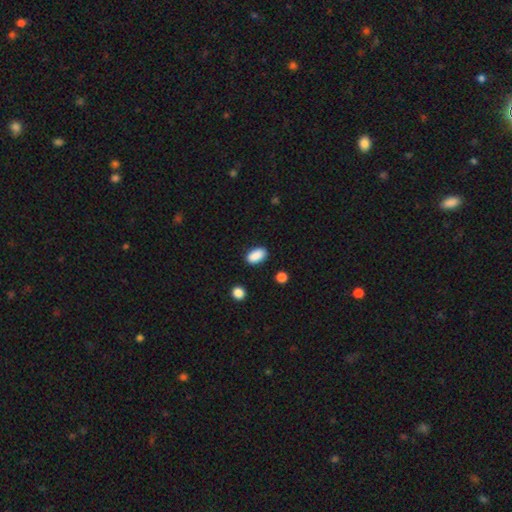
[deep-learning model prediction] This appears to be a smooth galaxy with no disk features (89%) that is in between round and cigar-shaped (92%). Merging: none (85%).